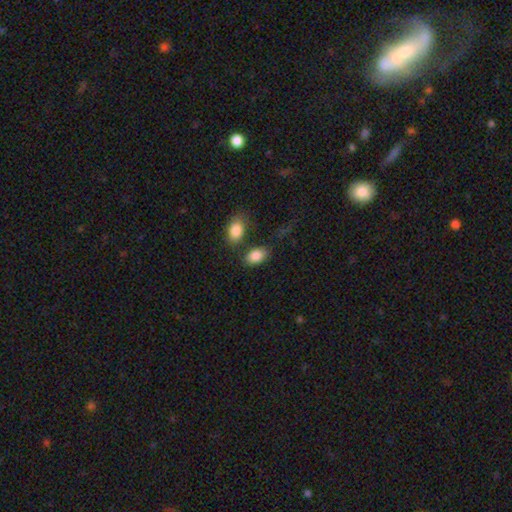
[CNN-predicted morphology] Overall: smooth (86%). How rounded: in between (88%). Merging: none (66%).